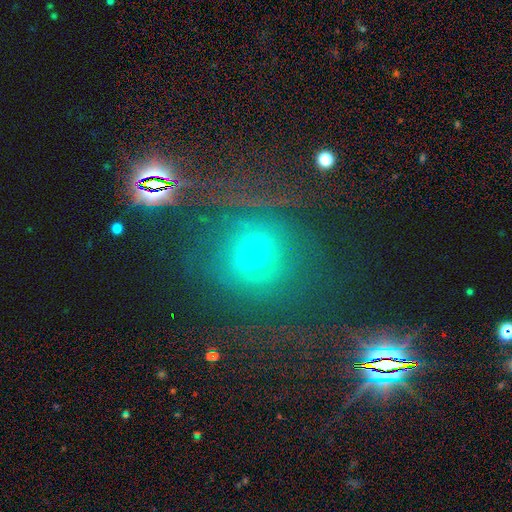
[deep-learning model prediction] Smooth or featured: featured or disk — 42% (smooth — 34%)
Merging: none — 70% (minor disturbance — 14%)